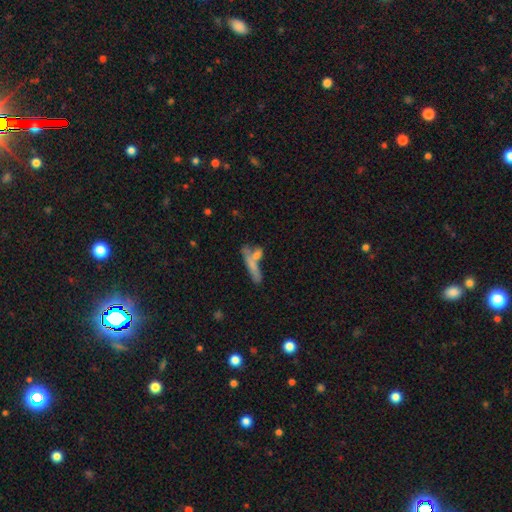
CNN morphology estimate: A smooth galaxy with no disk features (63%) that is cigar-shaped (69%).

Vote fractions:
- Smooth or featured? smooth: 63% / featured or disk: 27% / star or artifact: 10%
- How rounded? cigar-shaped: 69% / in between: 25% / round: 7%
- Merging? none: 43% / merger: 38% / minor disturbance: 12% / major disturbance: 8%